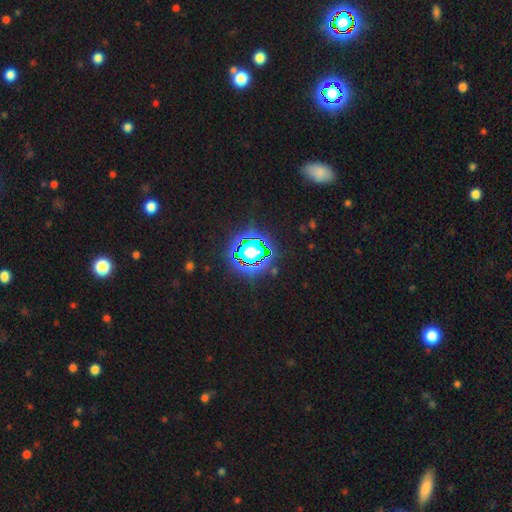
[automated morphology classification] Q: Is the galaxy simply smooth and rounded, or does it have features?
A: star or artifact — 80%.